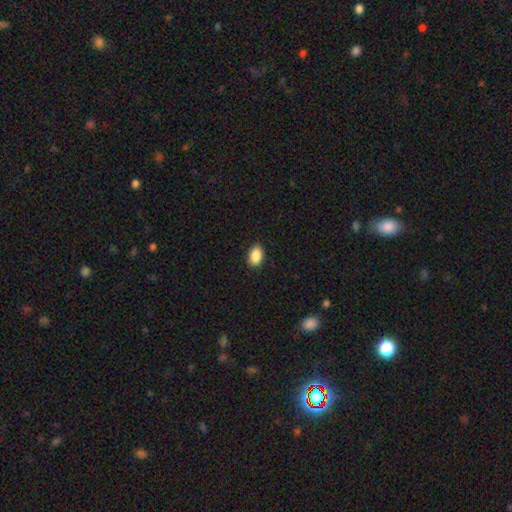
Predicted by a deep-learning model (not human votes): smooth-or-featured: smooth: 89% | star or artifact: 8% | featured or disk: 3%
  how-rounded: in between: 86% | round: 12% | cigar-shaped: 1%
  merging: none: 88% | minor disturbance: 9% | major disturbance: 2% | merger: 1%